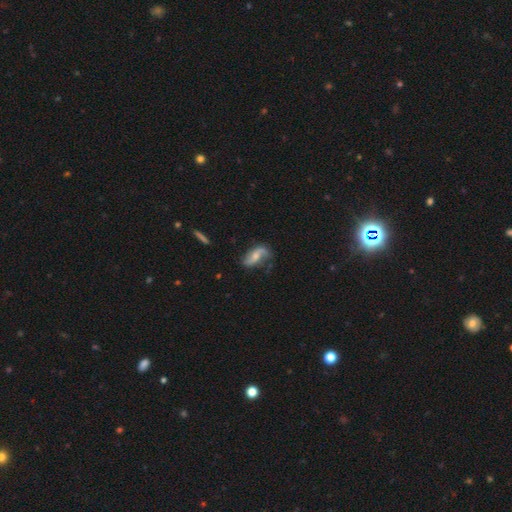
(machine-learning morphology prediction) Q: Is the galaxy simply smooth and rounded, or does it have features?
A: featured or disk — 69%.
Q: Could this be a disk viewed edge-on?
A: no — 94%.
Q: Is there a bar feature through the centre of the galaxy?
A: no — 44%.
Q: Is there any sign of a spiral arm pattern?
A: yes — 92%.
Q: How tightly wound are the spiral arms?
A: loose — 75%.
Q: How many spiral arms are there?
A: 2 — 84%.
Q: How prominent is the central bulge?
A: moderate — 41%.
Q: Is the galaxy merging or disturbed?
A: none — 60%.